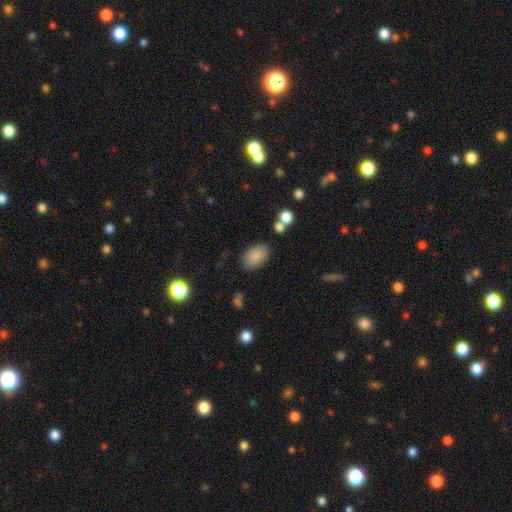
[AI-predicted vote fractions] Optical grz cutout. It shows a smooth galaxy with no disk features (86%) that is in between round and cigar-shaped (91%). Merging: none (80%).